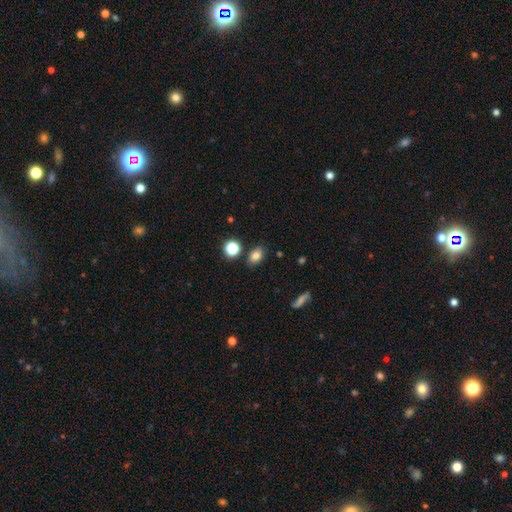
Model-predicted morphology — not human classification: smooth_or_featured: smooth (p=0.80) [alt: star or artifact p=0.13]
how_rounded: in between (p=0.73) [alt: round p=0.25]
merging: none (p=0.80) [alt: minor disturbance p=0.11]